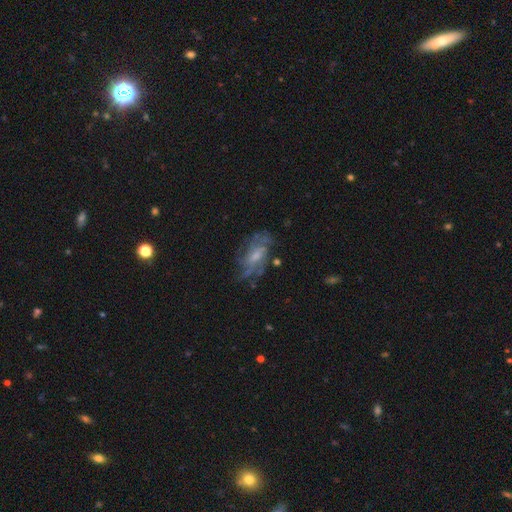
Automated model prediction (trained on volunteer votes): smooth_or_featured: featured or disk (p=0.77) [alt: smooth p=0.14]
disk_edge_on: no (p=0.95) [alt: yes p=0.05]
bar: no (p=0.51) [alt: weak p=0.41]
has_spiral_arms: yes (p=0.86) [alt: no p=0.14]
spiral_winding: medium (p=0.44) [alt: tight p=0.38]
spiral_arm_count: can't tell (p=0.40) [alt: 3 p=0.17]
bulge_size: small (p=0.43) [alt: moderate p=0.42]
merging: none (p=0.64) [alt: minor disturbance p=0.20]